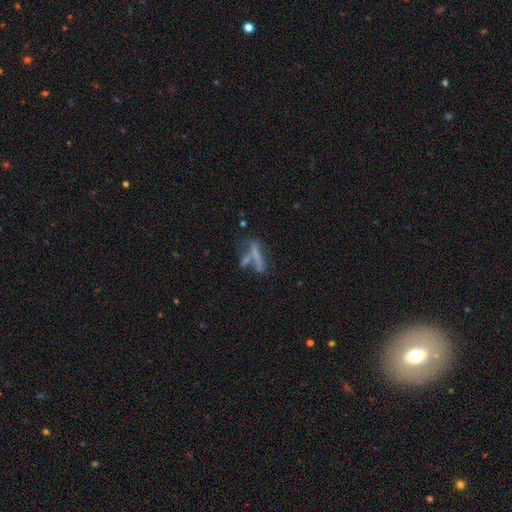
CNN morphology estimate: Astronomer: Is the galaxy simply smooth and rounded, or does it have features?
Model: smooth — 48% (runner-up: featured or disk, 37%).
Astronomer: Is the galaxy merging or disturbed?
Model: none — 40% (runner-up: merger, 32%).